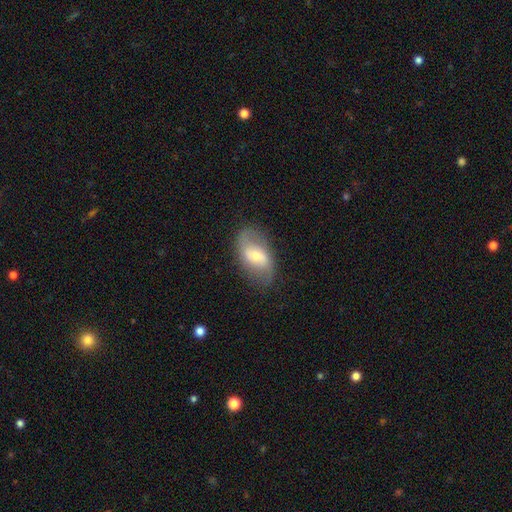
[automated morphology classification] A featured or disk galaxy (67%) with a weak bar (47%), 2 (86%) loose (54%) spiral arms (83%) and a moderate central bulge (47%).

Vote fractions:
- Smooth or featured? featured or disk: 67% / smooth: 26% / star or artifact: 7%
- Edge-on disk? no: 95% / yes: 5%
- Bar? weak: 47% / no: 31% / strong: 22%
- Spiral arms? yes: 83% / no: 17%
- Spiral winding? loose: 54% / medium: 34% / tight: 12%
- Spiral arm count? 2: 86% / can't tell: 8% / 1: 3% / 3: 1% / 4: 1% / more than 4: 1%
- Bulge size? moderate: 47% / small: 46% / large: 4% / none: 1% / dominant: 1%
- Merging? none: 77% / minor disturbance: 15% / major disturbance: 6% / merger: 1%